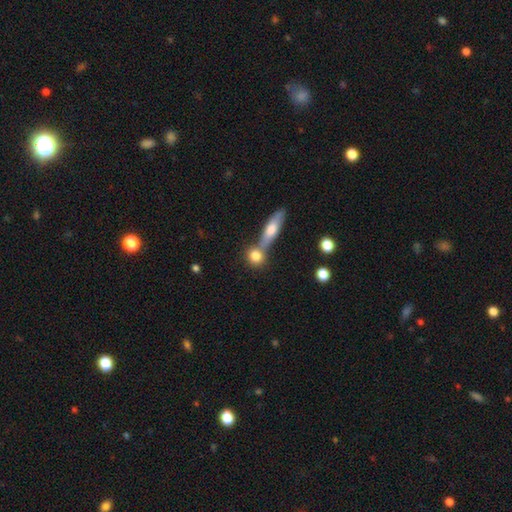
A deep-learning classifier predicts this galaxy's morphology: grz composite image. It shows a smooth galaxy with no disk features (79%) that is round (68%). Merging: none (51%).